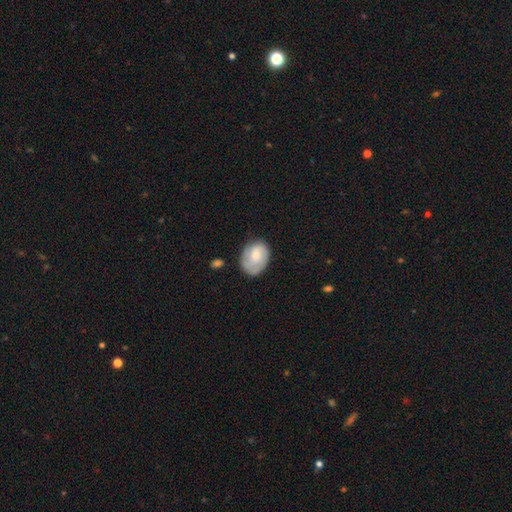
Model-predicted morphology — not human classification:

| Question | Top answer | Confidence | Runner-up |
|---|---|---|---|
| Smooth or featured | smooth | 60% | featured or disk (34%) |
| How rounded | in between | 70% | round (29%) |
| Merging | none | 65% | minor disturbance (25%) |